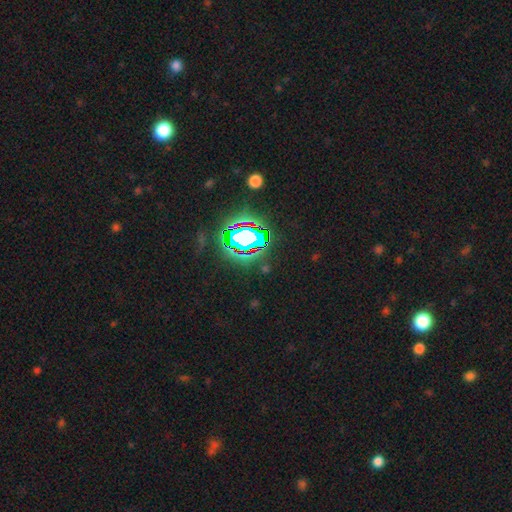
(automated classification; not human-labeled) A star or artifact, not a galaxy (81%).